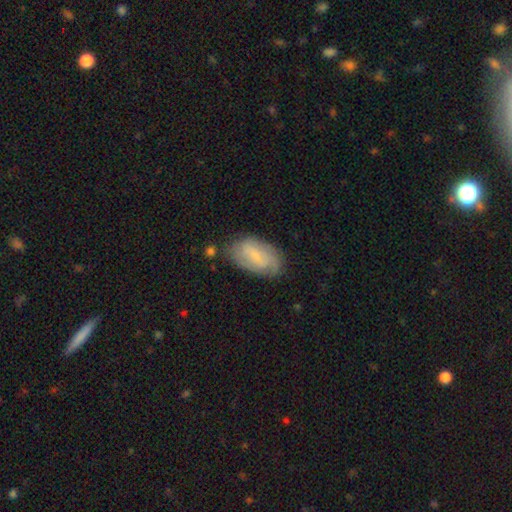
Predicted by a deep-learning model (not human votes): The model was most divided on "smooth or featured": featured or disk: 47%, smooth: 46%, star or artifact: 7%. More confident: merging — none (66%).